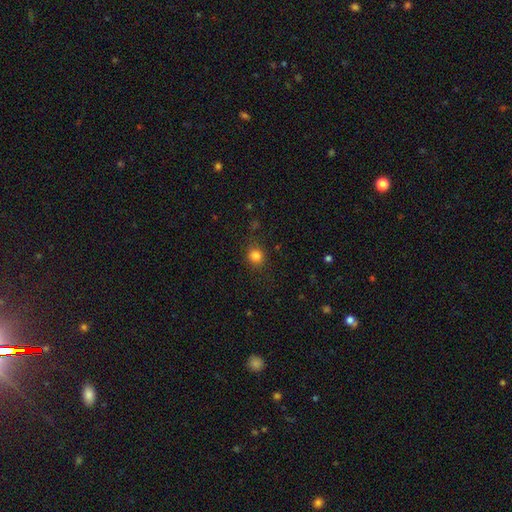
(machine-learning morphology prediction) type=smooth (83%); roundness=round (86%); merging=none (84%).